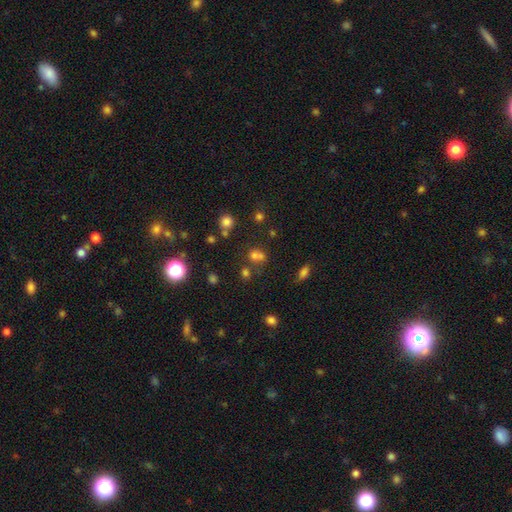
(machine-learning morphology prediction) smooth-or-featured: smooth: 62% | star or artifact: 25% | featured or disk: 13%
  how-rounded: round: 73% | in between: 26% | cigar-shaped: 1%
  merging: none: 44% | merger: 42% | minor disturbance: 10% | major disturbance: 5%